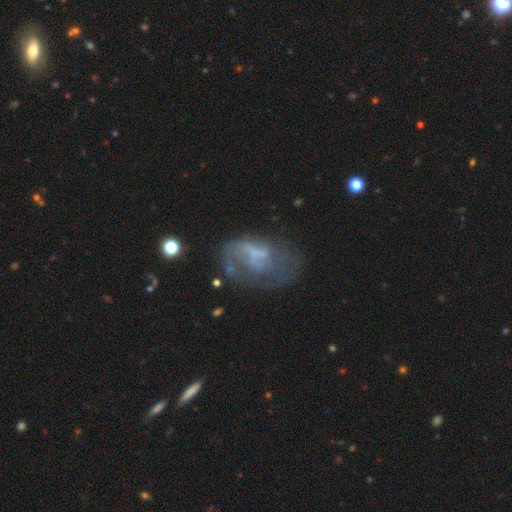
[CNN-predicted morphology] This is likely a featured or disk galaxy (63%). It is clearly not viewed edge-on (97%). Bar: possibly no (58%). Spiral arm pattern: possibly yes (59%). Central bulge: possibly none (51%). Merging: marginally none (40%).